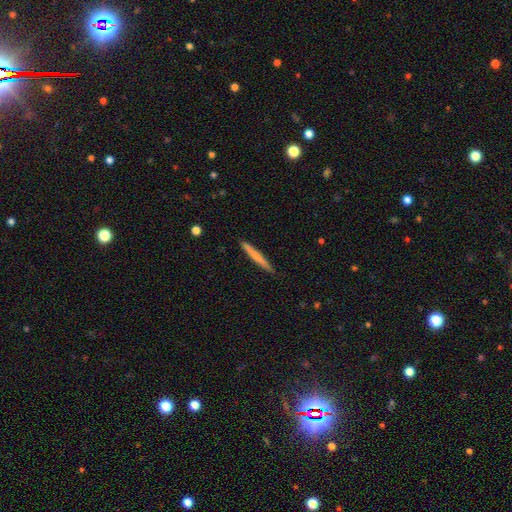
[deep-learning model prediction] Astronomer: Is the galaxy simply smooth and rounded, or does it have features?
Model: smooth — 61%.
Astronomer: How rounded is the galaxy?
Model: cigar-shaped — 96%.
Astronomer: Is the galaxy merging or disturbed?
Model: none — 90%.